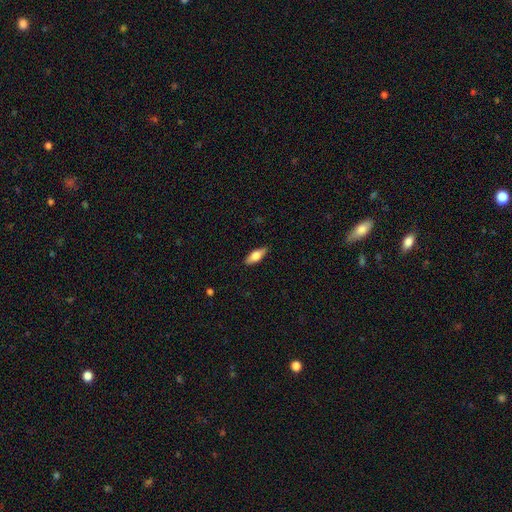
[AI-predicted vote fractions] Overall: smooth (64%; featured or disk 30%). How rounded: in between (68%; cigar-shaped 29%). Merging: none (87%).